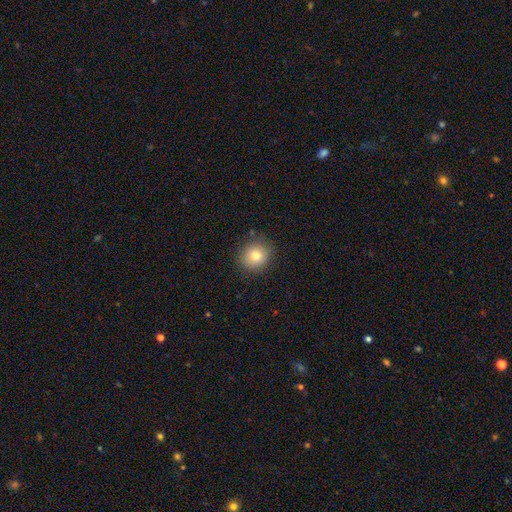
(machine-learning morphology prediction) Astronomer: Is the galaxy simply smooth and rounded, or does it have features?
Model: smooth — 79%.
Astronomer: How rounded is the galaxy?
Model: round — 86%.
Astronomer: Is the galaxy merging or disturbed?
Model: none — 86%.